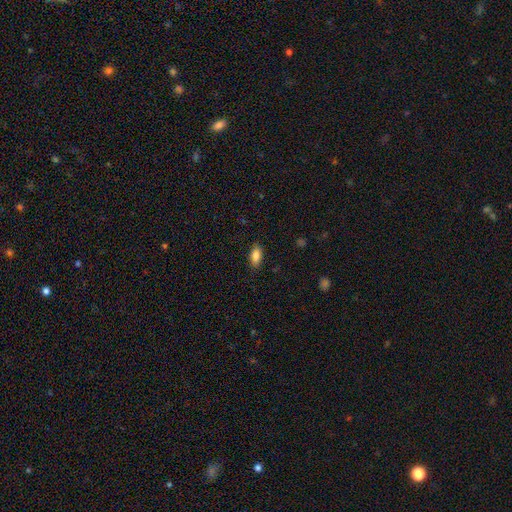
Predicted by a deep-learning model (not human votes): This appears to be a smooth galaxy with no disk features (85%) that is in between round and cigar-shaped (87%). Merging: none (87%).